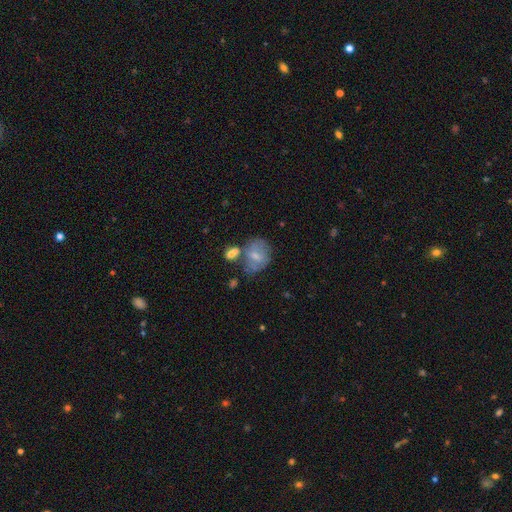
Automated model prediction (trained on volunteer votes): Smooth or featured: smooth — 55% (featured or disk — 36%)
How rounded: in between — 57% (round — 42%)
Merging: none — 39% (merger — 24%)